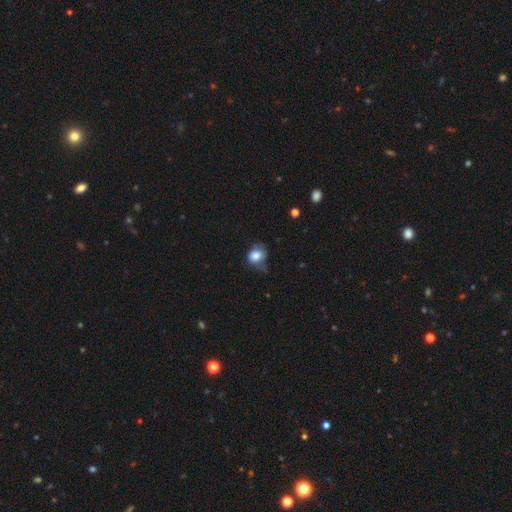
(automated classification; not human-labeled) Q: Smooth or featured?
A: smooth (80%); runner-up: featured or disk (11%)
Q: How rounded?
A: round (56%); runner-up: in between (43%)
Q: Merging?
A: none (39%); tied with: minor disturbance (39%)